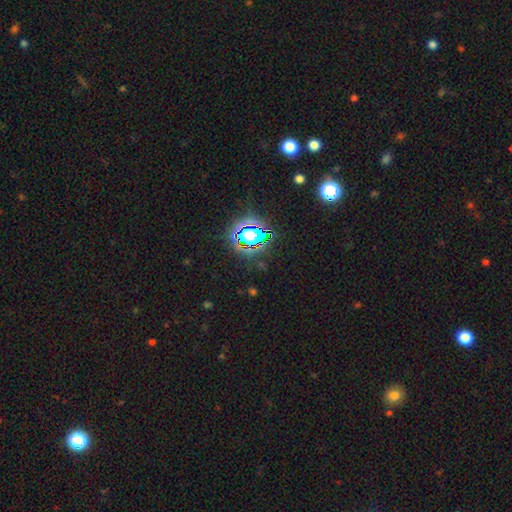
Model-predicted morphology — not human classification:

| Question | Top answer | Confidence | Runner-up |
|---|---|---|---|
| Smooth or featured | star or artifact | 78% | smooth (14%) |